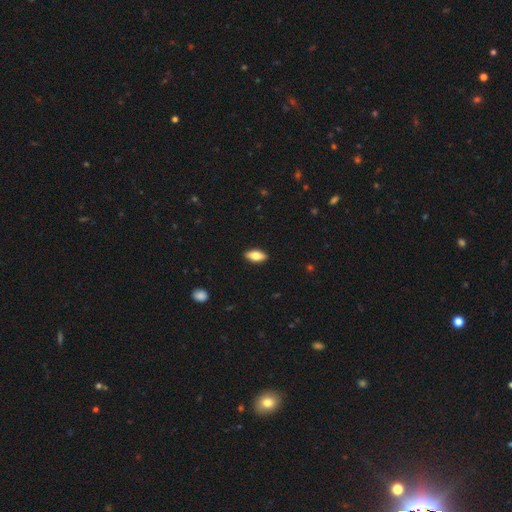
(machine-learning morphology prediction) The model was most divided on "smooth or featured": smooth: 74%, featured or disk: 20%, star or artifact: 6%. More confident: merging — none (90%); how rounded — in between (86%).